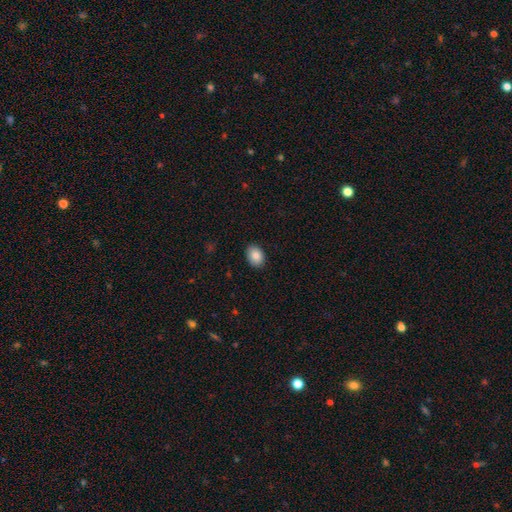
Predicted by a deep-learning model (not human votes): smooth 87%, star or artifact 7%, featured or disk 6%. Down the decision tree: how rounded — in between (74%); merging — none (90%).